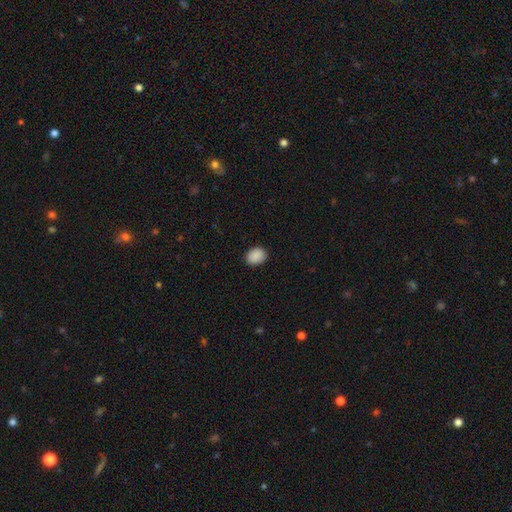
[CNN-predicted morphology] smooth_or_featured: smooth (p=0.90) [alt: star or artifact p=0.08]
how_rounded: in between (p=0.61) [alt: round p=0.39]
merging: none (p=0.89) [alt: minor disturbance p=0.08]